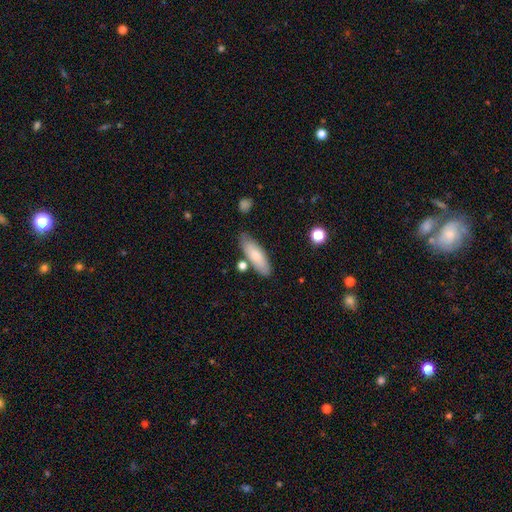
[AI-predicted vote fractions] This is likely a smooth galaxy (77%). How rounded: possibly in between (51%). Merging: likely none (76%).